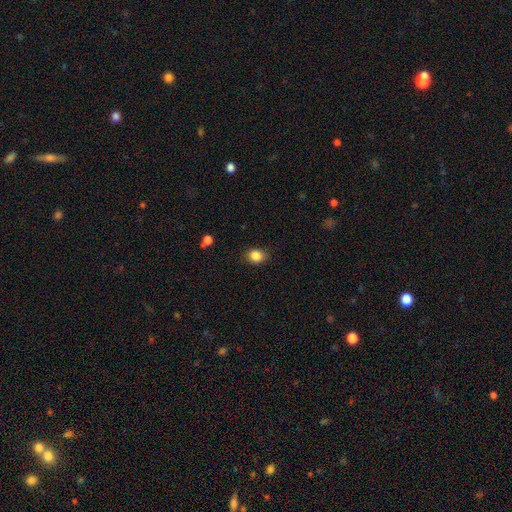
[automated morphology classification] The model was most divided on "how rounded": round: 59%, in between: 40%, cigar-shaped: 1%. More confident: smooth or featured — smooth (86%); merging — none (83%).